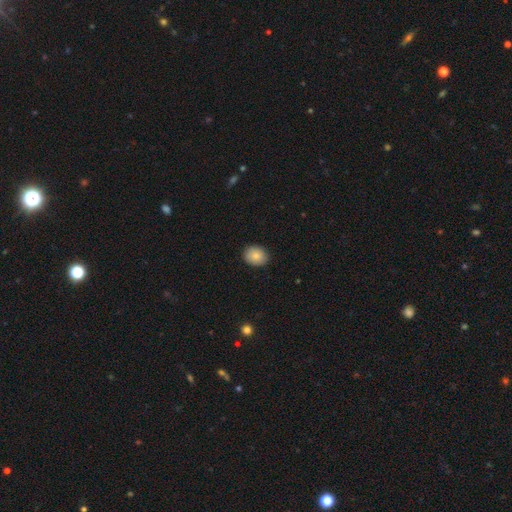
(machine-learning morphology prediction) smooth 85%, star or artifact 8%, featured or disk 7%. Down the decision tree: how rounded — round (54%); merging — none (88%).